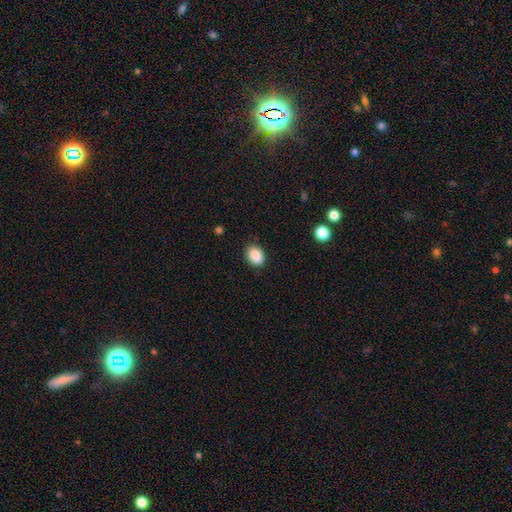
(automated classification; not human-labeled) smooth 88%, star or artifact 8%, featured or disk 4%. Down the decision tree: how rounded — in between (67%); merging — none (87%).